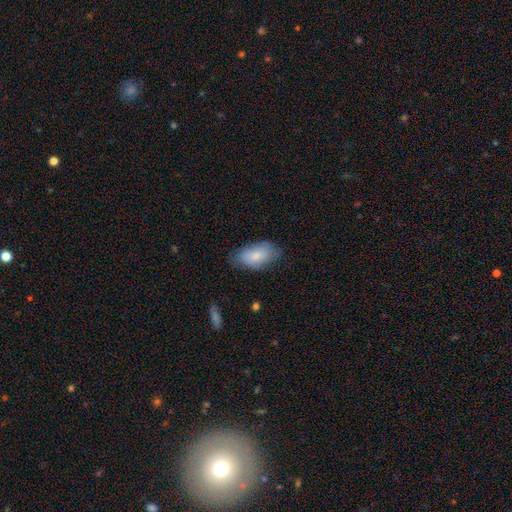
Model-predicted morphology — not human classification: Smooth or featured? Predicted: smooth (p=0.81). How rounded? Predicted: in between (p=0.93). Merging? Predicted: none (p=0.69).